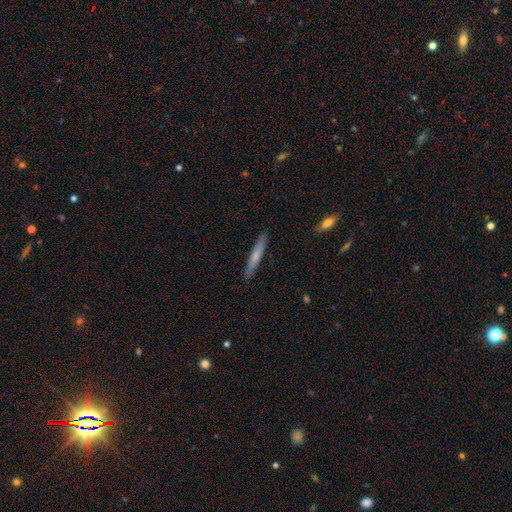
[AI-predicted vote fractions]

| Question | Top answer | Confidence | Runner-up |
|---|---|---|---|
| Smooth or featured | smooth | 62% | featured or disk (32%) |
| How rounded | cigar-shaped | 95% | in between (4%) |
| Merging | none | 90% | minor disturbance (8%) |